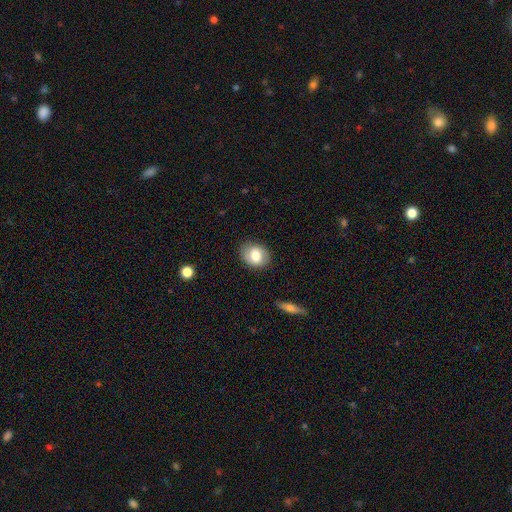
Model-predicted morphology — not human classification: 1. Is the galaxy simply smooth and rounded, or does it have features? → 73% smooth, 20% featured or disk, 8% star or artifact.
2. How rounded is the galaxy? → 53% in between, 46% round, 1% cigar-shaped.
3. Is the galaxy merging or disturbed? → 83% none, 13% minor disturbance, 3% major disturbance, 1% merger.